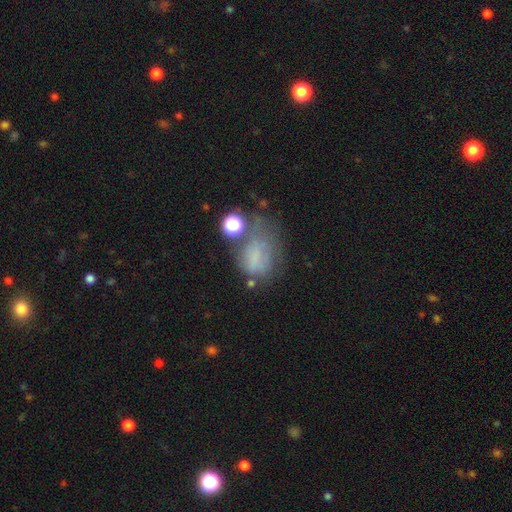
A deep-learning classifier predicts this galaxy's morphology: Overall: smooth (50%; featured or disk 30%). Merging: major disturbance (33%; none 31%).